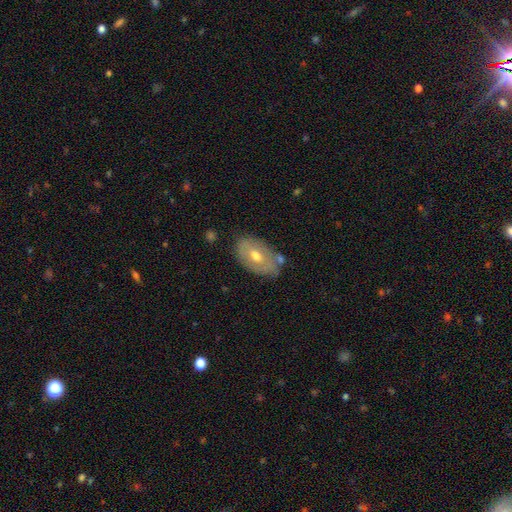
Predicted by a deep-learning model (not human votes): Smooth or featured: featured or disk — 50% (smooth — 43%)
Merging: none — 66% (minor disturbance — 22%)